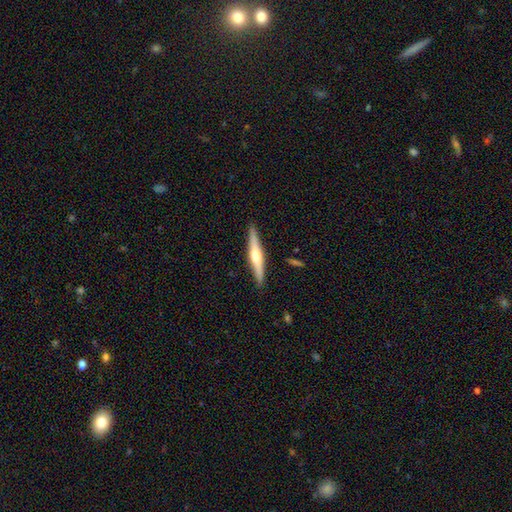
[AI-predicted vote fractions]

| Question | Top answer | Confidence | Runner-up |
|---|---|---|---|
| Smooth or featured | featured or disk | 66% | smooth (29%) |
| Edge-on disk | yes | 97% | no (3%) |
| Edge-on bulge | rounded | 84% | boxy (10%) |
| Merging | none | 89% | minor disturbance (8%) |